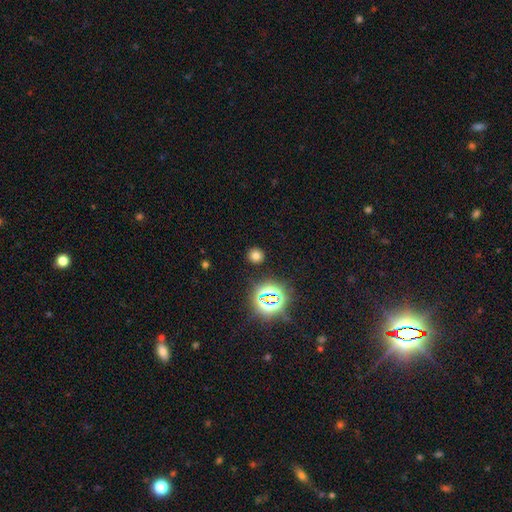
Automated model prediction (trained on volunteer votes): Overall: smooth (68%). How rounded: round (88%). Merging: none (89%).